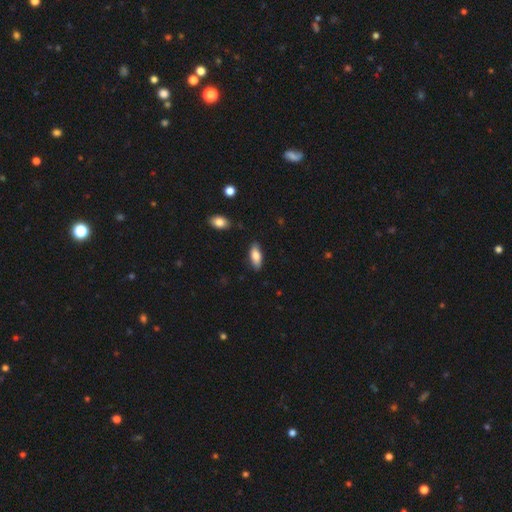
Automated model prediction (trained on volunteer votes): This is clearly a smooth galaxy (80%). How rounded: likely in between (79%). Merging: clearly none (84%).